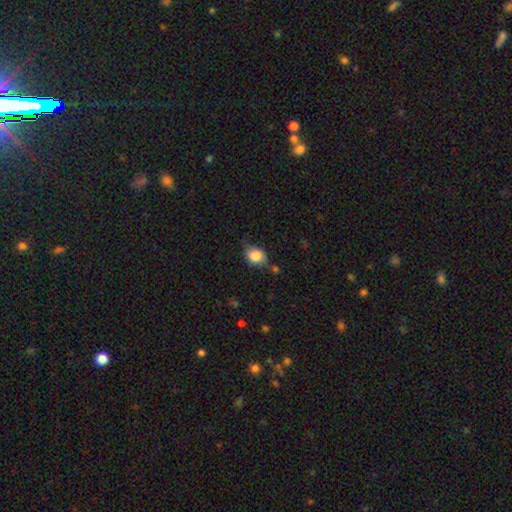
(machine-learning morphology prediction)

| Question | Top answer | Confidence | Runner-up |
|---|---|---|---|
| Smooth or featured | smooth | 76% | featured or disk (15%) |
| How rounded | in between | 55% | round (44%) |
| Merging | none | 56% | minor disturbance (29%) |